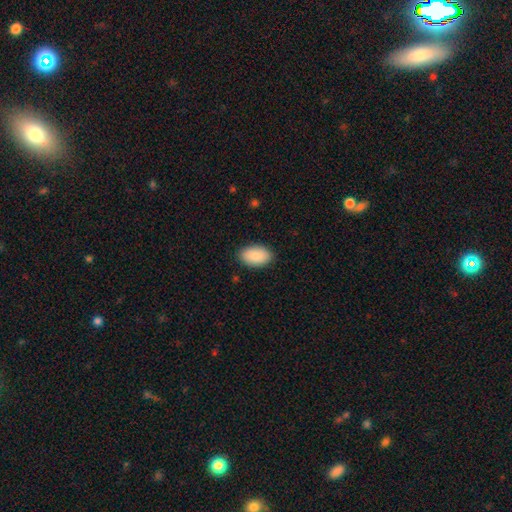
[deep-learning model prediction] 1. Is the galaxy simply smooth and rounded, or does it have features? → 91% smooth, 6% star or artifact, 3% featured or disk.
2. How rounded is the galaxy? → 94% in between, 5% round, 1% cigar-shaped.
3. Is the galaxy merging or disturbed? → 88% none, 9% minor disturbance, 2% major disturbance, 1% merger.